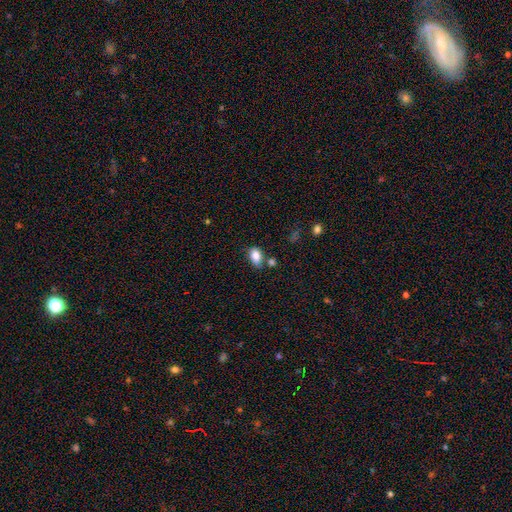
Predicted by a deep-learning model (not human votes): Overall: smooth (84%). How rounded: in between (87%). Merging: none (65%).